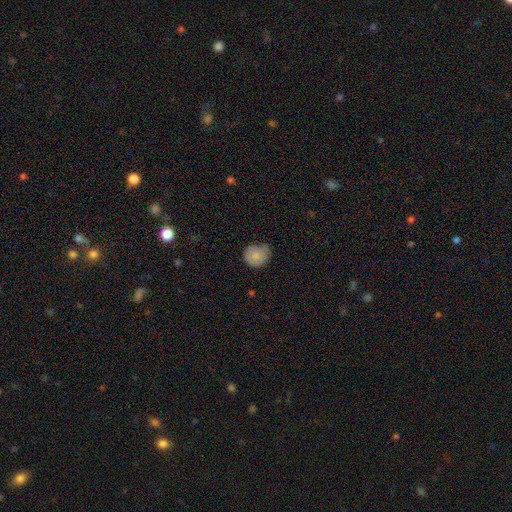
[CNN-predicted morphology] type=smooth (75%); roundness=round (81%); merging=none (50%).